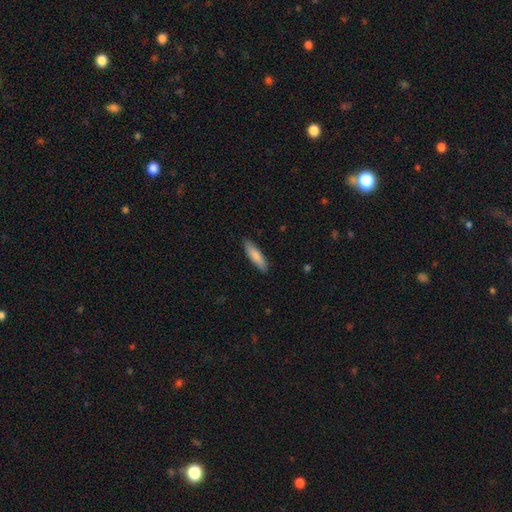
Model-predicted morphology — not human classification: Smooth or featured?
  - smooth: 84% *
  - featured or disk: 11%
  - star or artifact: 5%
How rounded?
  - cigar-shaped: 67% *
  - in between: 31%
  - round: 1%
Merging?
  - none: 88% *
  - minor disturbance: 9%
  - major disturbance: 2%
  - merger: 1%